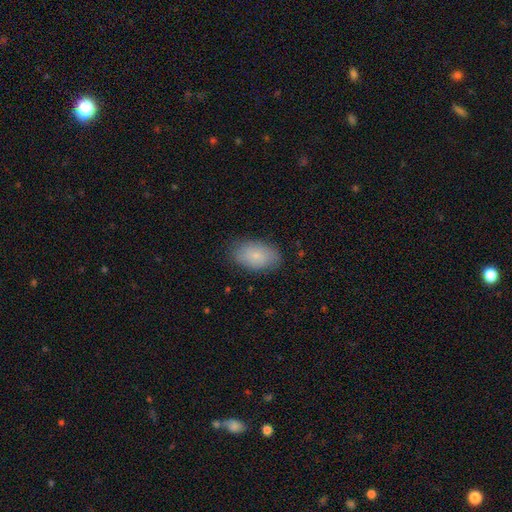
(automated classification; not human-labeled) Smooth or featured: smooth — 82% (featured or disk — 11%)
How rounded: in between — 92% (round — 6%)
Merging: none — 83% (minor disturbance — 13%)